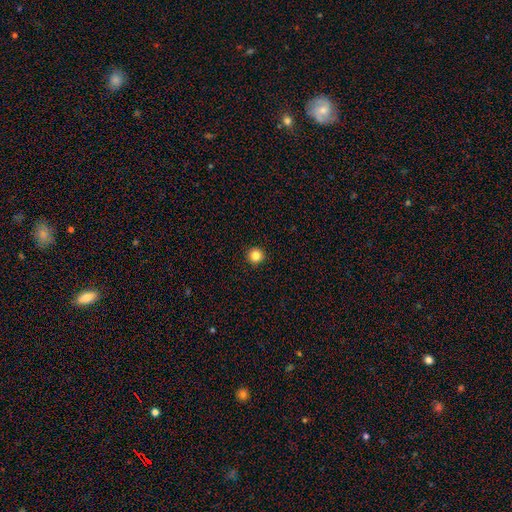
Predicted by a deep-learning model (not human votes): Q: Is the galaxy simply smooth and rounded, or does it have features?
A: smooth — 84%.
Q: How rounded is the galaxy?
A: round — 96%.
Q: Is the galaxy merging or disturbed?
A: none — 94%.